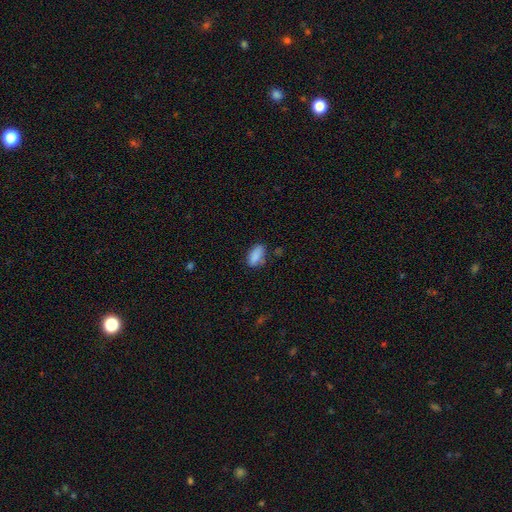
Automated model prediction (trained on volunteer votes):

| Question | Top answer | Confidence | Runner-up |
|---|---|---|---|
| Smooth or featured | smooth | 86% | star or artifact (8%) |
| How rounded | in between | 90% | cigar-shaped (6%) |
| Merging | none | 69% | minor disturbance (22%) |